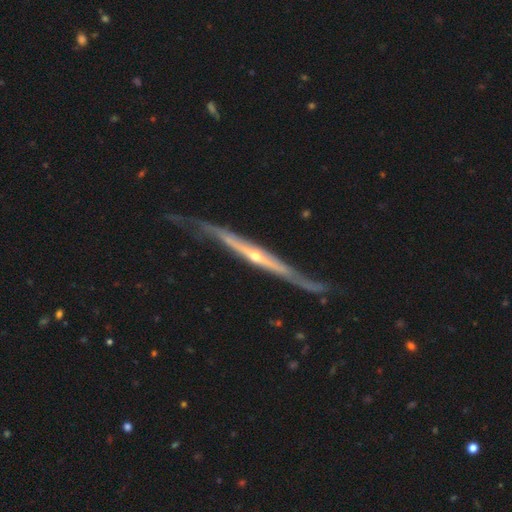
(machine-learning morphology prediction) type=featured or disk (86%); edge-on=yes (88%); edge-on bulge=rounded (70%); merging=none (62%).